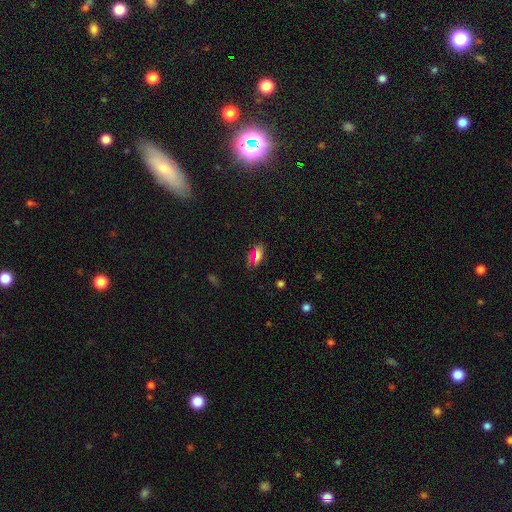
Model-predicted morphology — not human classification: This appears to be a smooth galaxy with no disk features (61%) that is in between round and cigar-shaped (81%). Merging: none (76%).